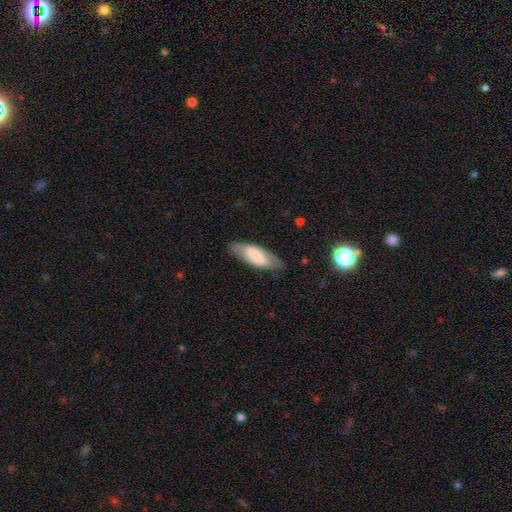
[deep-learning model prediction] A smooth galaxy with no disk features (51%) that is in between round and cigar-shaped (73%). Merging: none (75%).